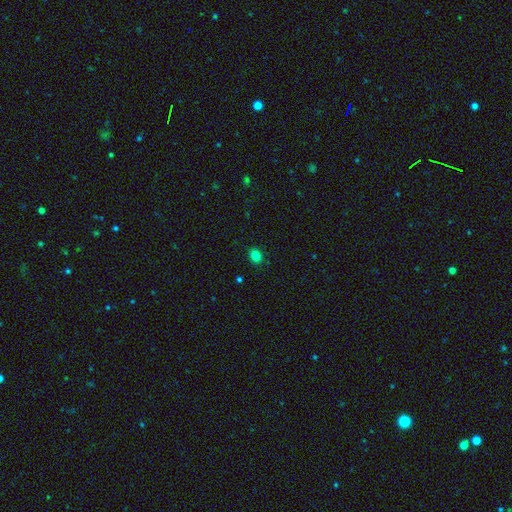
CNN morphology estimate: This appears to be a smooth galaxy with no disk features (82%) that is in between round and cigar-shaped (54%). Merging: none (88%).